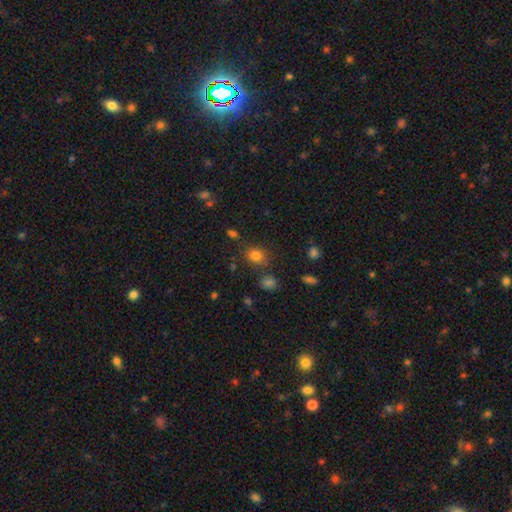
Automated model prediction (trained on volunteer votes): Smooth or featured?
  - smooth: 80% *
  - star or artifact: 14%
  - featured or disk: 6%
How rounded?
  - round: 63% *
  - in between: 36%
  - cigar-shaped: 1%
Merging?
  - none: 77% *
  - minor disturbance: 13%
  - merger: 6%
  - major disturbance: 4%